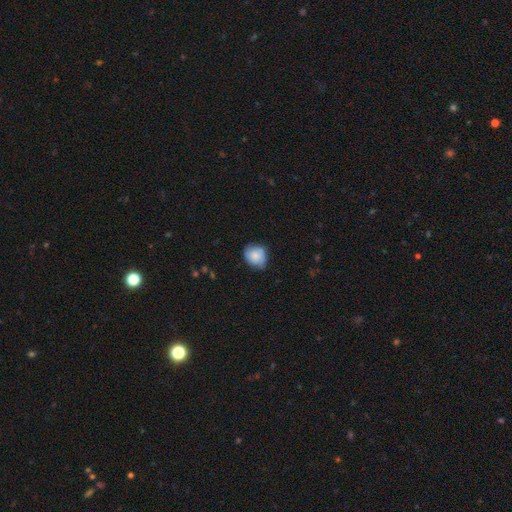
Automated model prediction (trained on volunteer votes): This appears to be a smooth galaxy with no disk features (77%) that is round (66%). Merging: none (63%).